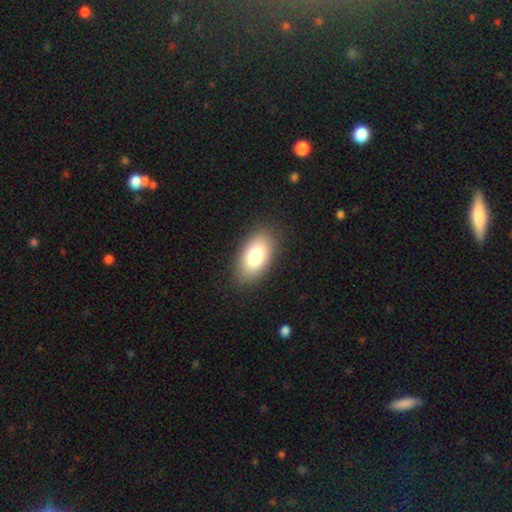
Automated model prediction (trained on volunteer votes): Smooth or featured? Predicted: smooth (p=0.80). How rounded? Predicted: in between (p=0.93). Merging? Predicted: none (p=0.88).